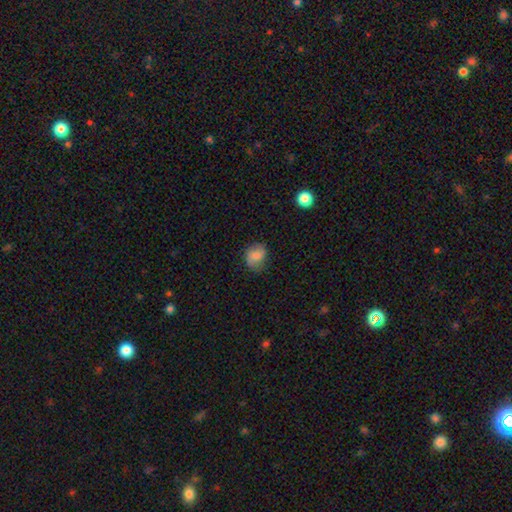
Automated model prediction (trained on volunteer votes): Morphology: type=smooth (70%); roundness=round (56%); merging=none (72%).